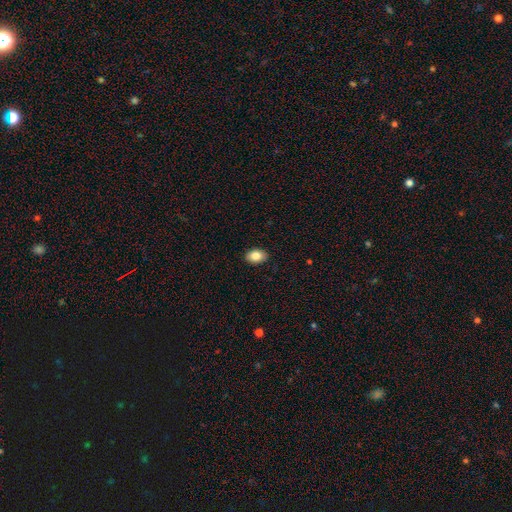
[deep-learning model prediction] smooth_or_featured: smooth (p=0.85) [alt: star or artifact p=0.08]
how_rounded: in between (p=0.83) [alt: round p=0.16]
merging: none (p=0.90) [alt: minor disturbance p=0.08]